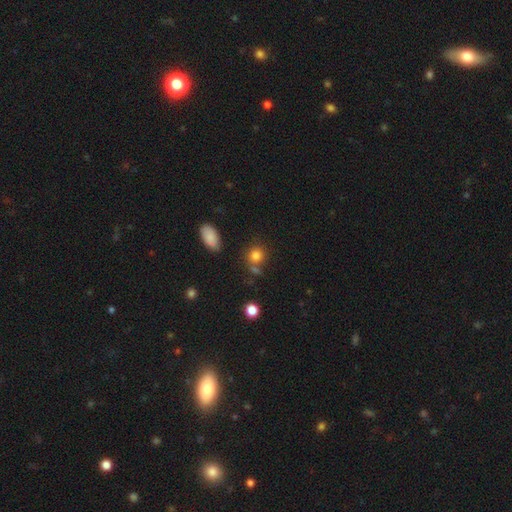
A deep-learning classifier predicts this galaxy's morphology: Smooth or featured: smooth — 81% (star or artifact — 12%)
How rounded: round — 82% (in between — 17%)
Merging: none — 67% (merger — 16%)